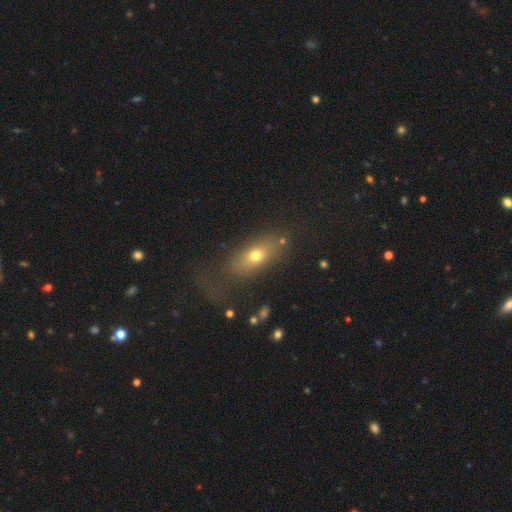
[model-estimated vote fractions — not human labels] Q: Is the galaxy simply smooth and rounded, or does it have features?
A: smooth — 67%.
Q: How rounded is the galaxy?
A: in between — 71%.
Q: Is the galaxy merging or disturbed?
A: none — 60%.